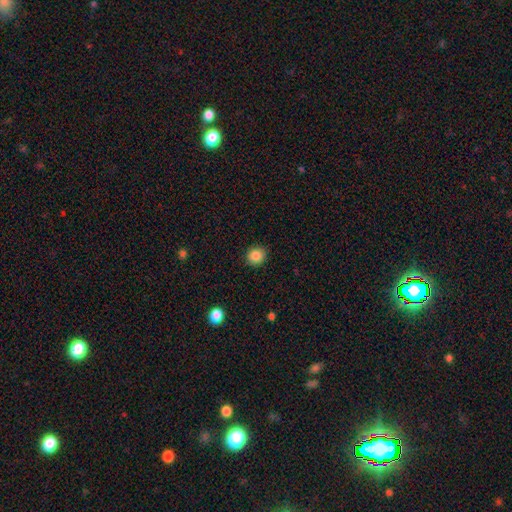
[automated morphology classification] Smooth or featured?
  - smooth: 86% *
  - star or artifact: 10%
  - featured or disk: 4%
How rounded?
  - round: 87% *
  - in between: 12%
  - cigar-shaped: 1%
Merging?
  - none: 90% *
  - minor disturbance: 7%
  - major disturbance: 2%
  - merger: 1%